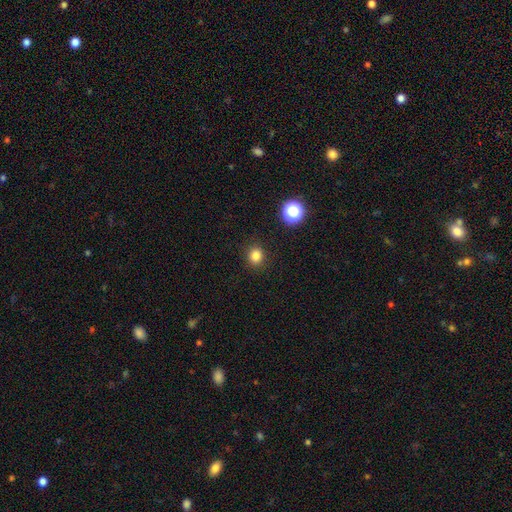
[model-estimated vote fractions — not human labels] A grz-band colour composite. It shows a smooth galaxy with no disk features (82%) that is round (80%). Merging: none (90%).